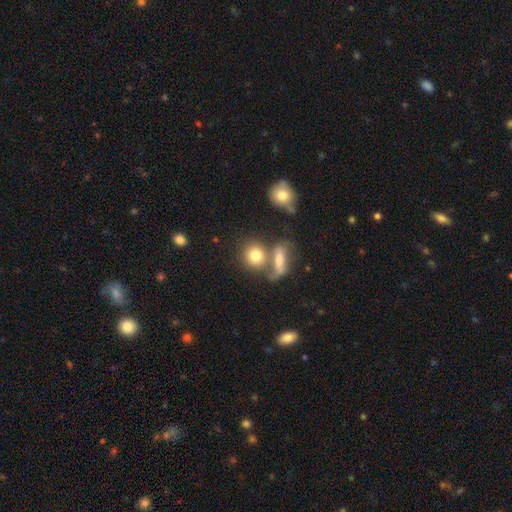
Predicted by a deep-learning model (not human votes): Smooth or featured? smooth (77%)
How rounded? round (73%)
Merging? none (47%)